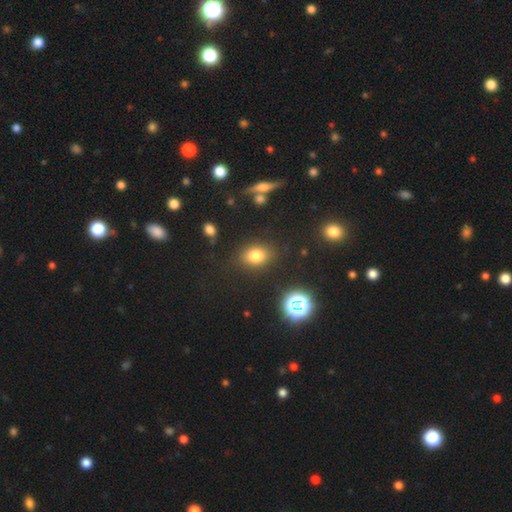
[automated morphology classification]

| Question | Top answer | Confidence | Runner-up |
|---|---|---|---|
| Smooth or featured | smooth | 77% | star or artifact (14%) |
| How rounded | in between | 66% | round (33%) |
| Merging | none | 84% | minor disturbance (10%) |